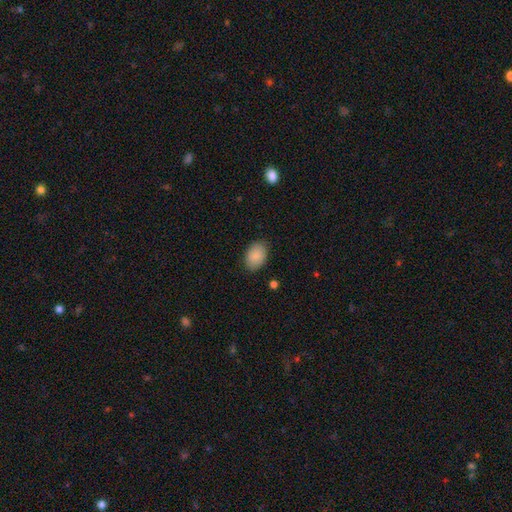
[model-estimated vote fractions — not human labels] smooth-or-featured: smooth: 87% | star or artifact: 7% | featured or disk: 6%
  how-rounded: in between: 84% | round: 14% | cigar-shaped: 1%
  merging: none: 85% | minor disturbance: 11% | major disturbance: 3% | merger: 1%